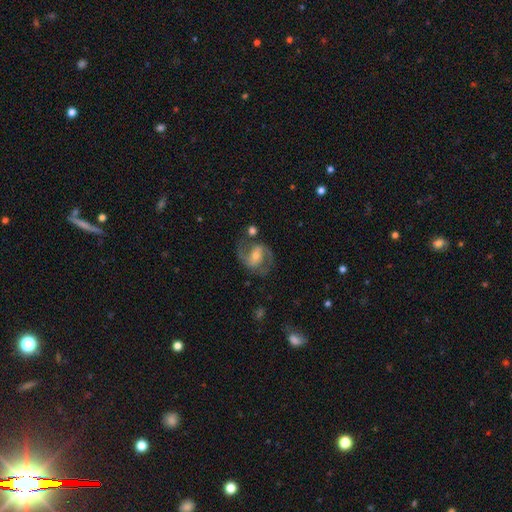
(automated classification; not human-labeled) A featured or disk galaxy (83%) with a weak bar (41%), 2 (91%) medium (57%) spiral arms (93%) and a small central bulge (48%).

Vote fractions:
- Smooth or featured? featured or disk: 83% / smooth: 11% / star or artifact: 6%
- Edge-on disk? no: 97% / yes: 3%
- Bar? weak: 41% / strong: 34% / no: 25%
- Spiral arms? yes: 93% / no: 7%
- Spiral winding? medium: 57% / loose: 22% / tight: 20%
- Spiral arm count? 2: 91% / can't tell: 4% / 1: 2% / 3: 1% / 4: 1% / more than 4: 1%
- Bulge size? small: 48% / moderate: 46% / large: 3% / none: 2% / dominant: 1%
- Merging? none: 73% / minor disturbance: 14% / major disturbance: 9% / merger: 5%